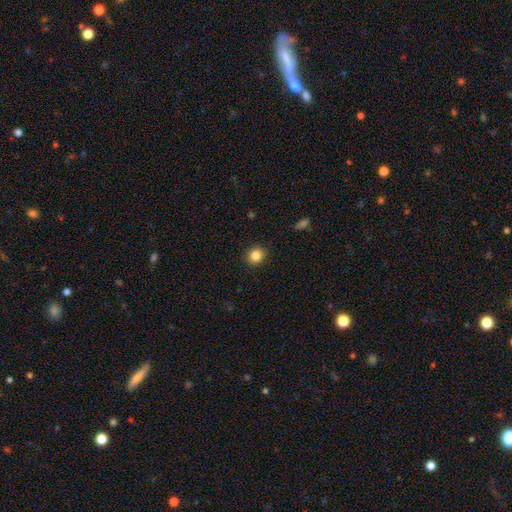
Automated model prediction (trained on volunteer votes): Morphology: type=smooth (85%); roundness=round (78%); merging=none (91%).